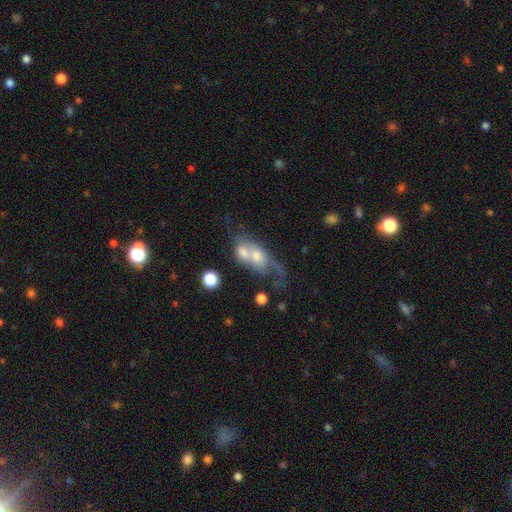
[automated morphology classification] smooth_or_featured: featured or disk (p=0.47) [alt: smooth p=0.42]
merging: merger (p=0.59) [alt: major disturbance p=0.17]